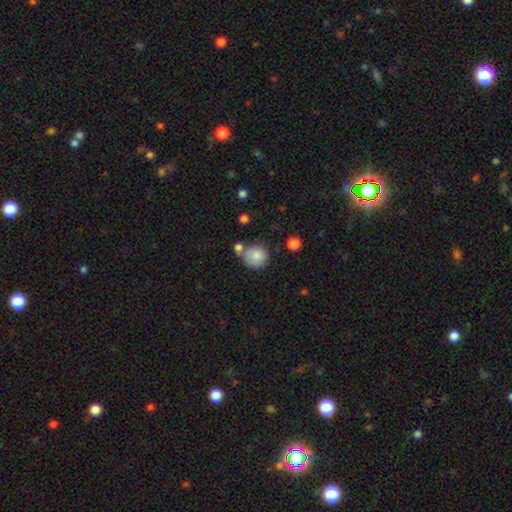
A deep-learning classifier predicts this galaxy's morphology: Smooth or featured? Predicted: smooth (p=0.82). How rounded? Predicted: round (p=0.88). Merging? Predicted: none (p=0.59).